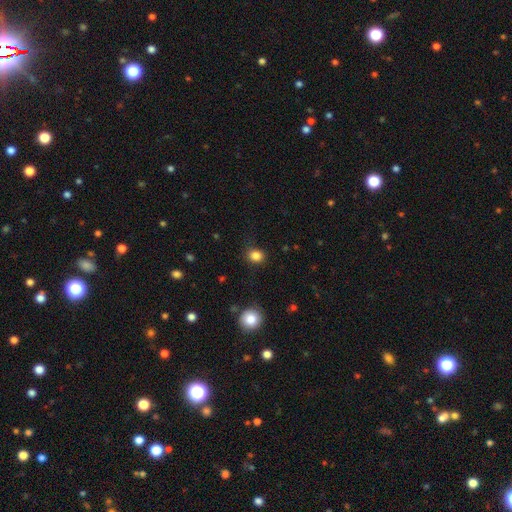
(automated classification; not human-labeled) Smooth or featured: smooth — 84% (star or artifact — 12%)
How rounded: round — 68% (in between — 31%)
Merging: none — 82% (minor disturbance — 13%)